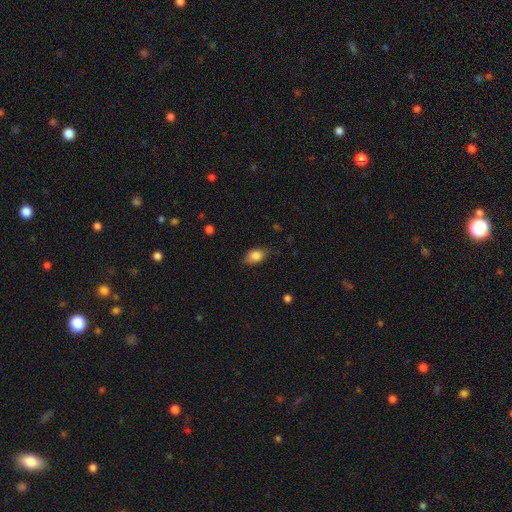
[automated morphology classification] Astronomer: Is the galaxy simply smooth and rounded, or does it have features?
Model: smooth — 85%.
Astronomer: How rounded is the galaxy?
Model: in between — 85%.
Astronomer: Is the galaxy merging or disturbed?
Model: none — 76%.